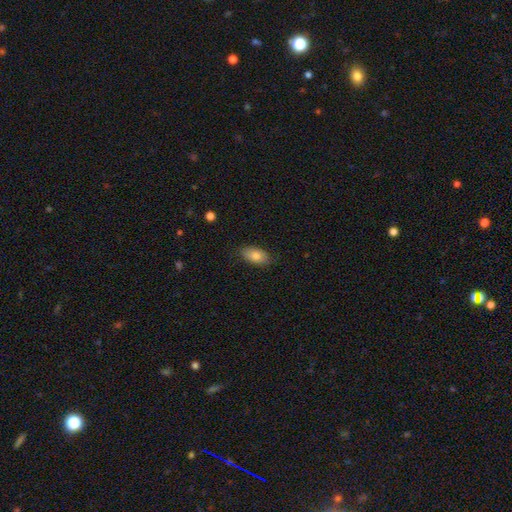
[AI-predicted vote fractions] smooth_or_featured: smooth (p=0.79) [alt: featured or disk p=0.14]
how_rounded: in between (p=0.92) [alt: round p=0.05]
merging: none (p=0.82) [alt: minor disturbance p=0.15]